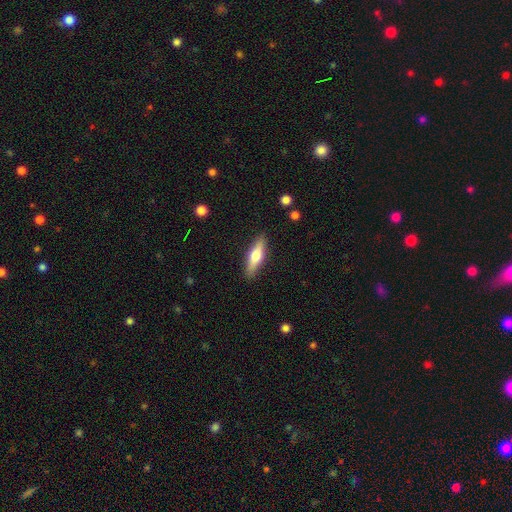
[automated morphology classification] Smooth or featured?
  - smooth: 49% *
  - featured or disk: 45%
  - star or artifact: 6%
Merging?
  - none: 88% *
  - minor disturbance: 9%
  - major disturbance: 2%
  - merger: 1%